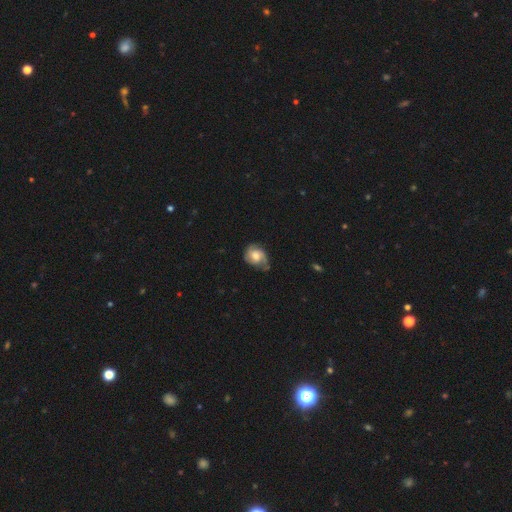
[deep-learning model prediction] Smooth or featured: featured or disk — 66% (smooth — 27%)
Edge-on disk: no — 97% (yes — 3%)
Bar: no — 73% (weak — 23%)
Spiral arms: yes — 91% (no — 9%)
Spiral winding: tight — 44% (medium — 40%)
Spiral arm count: 2 — 49% (3 — 22%)
Bulge size: moderate — 64% (small — 21%)
Merging: none — 56% (minor disturbance — 30%)